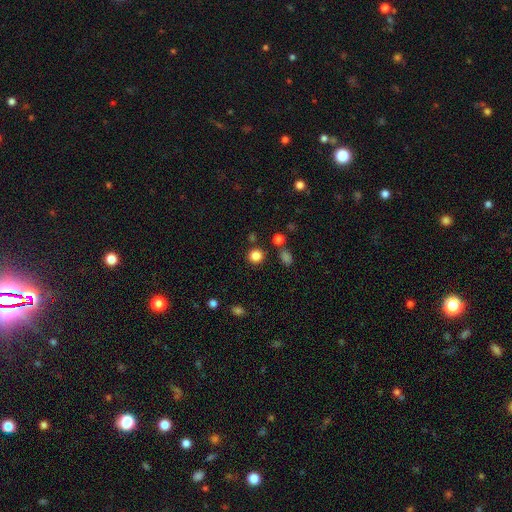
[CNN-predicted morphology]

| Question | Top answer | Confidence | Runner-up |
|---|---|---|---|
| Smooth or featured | smooth | 83% | star or artifact (13%) |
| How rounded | round | 91% | in between (8%) |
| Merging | none | 85% | minor disturbance (7%) |